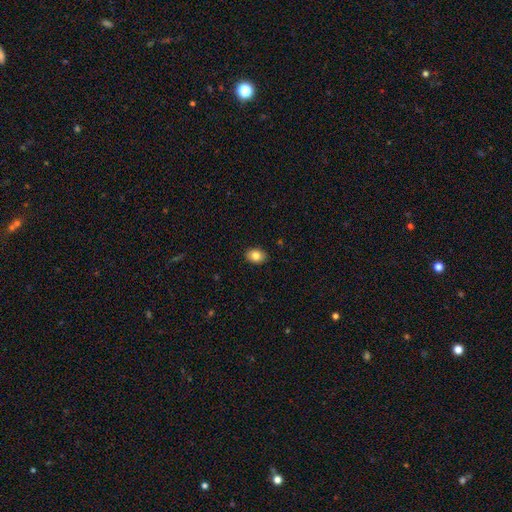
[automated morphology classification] This appears to be a smooth galaxy with no disk features (83%) that is in between round and cigar-shaped (70%). Merging: none (90%).